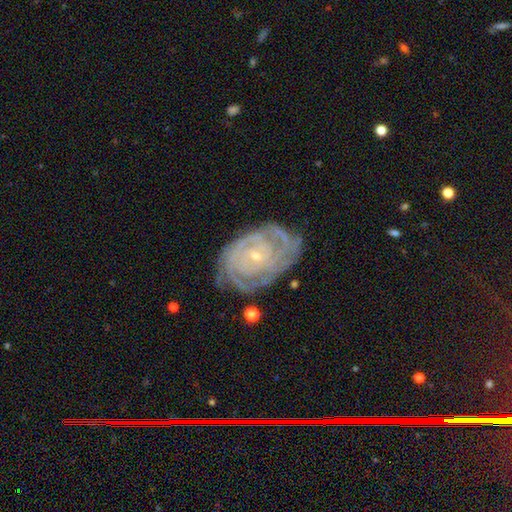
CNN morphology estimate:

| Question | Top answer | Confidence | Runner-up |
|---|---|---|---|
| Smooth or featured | featured or disk | 88% | star or artifact (6%) |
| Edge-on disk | no | 97% | yes (3%) |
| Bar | no | 79% | weak (16%) |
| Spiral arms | yes | 96% | no (4%) |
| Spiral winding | tight | 83% | medium (14%) |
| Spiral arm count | can't tell | 29% | 4 (20%) |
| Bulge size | small | 83% | moderate (13%) |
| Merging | none | 71% | minor disturbance (20%) |